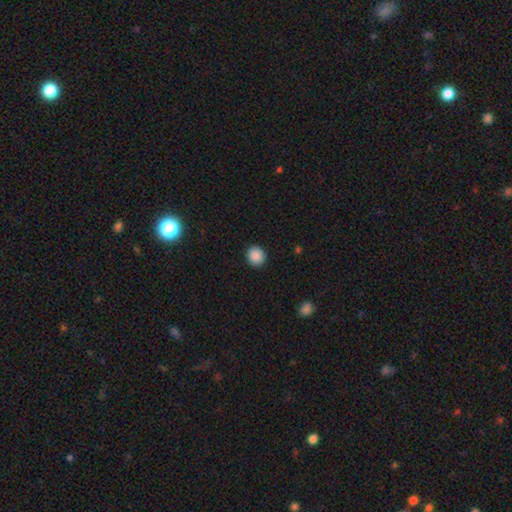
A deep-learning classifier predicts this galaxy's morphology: The model was most divided on "how rounded": round: 89%, in between: 10%, cigar-shaped: 1%. More confident: merging — none (92%); smooth or featured — smooth (88%).